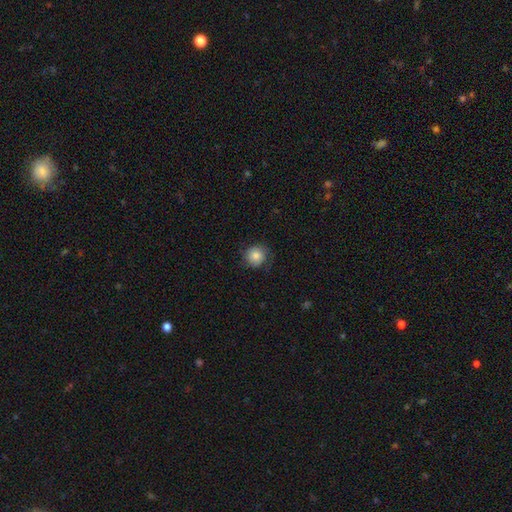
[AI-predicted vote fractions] This appears to be a smooth galaxy with no disk features (81%) that is round (91%). Merging: none (76%).